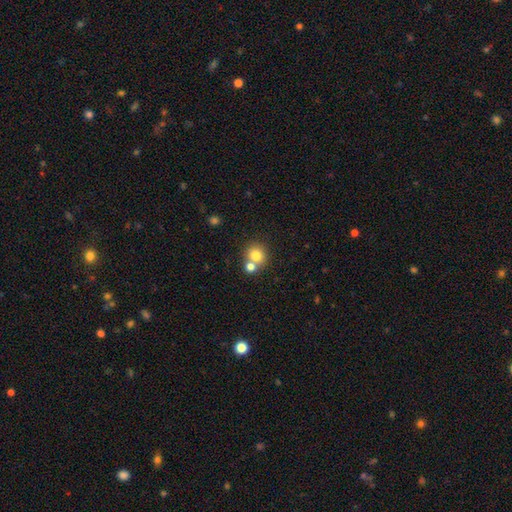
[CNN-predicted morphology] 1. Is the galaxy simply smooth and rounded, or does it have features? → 78% smooth, 11% star or artifact, 11% featured or disk.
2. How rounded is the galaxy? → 86% round, 14% in between, 1% cigar-shaped.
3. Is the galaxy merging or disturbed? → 52% none, 39% merger, 7% minor disturbance, 3% major disturbance.